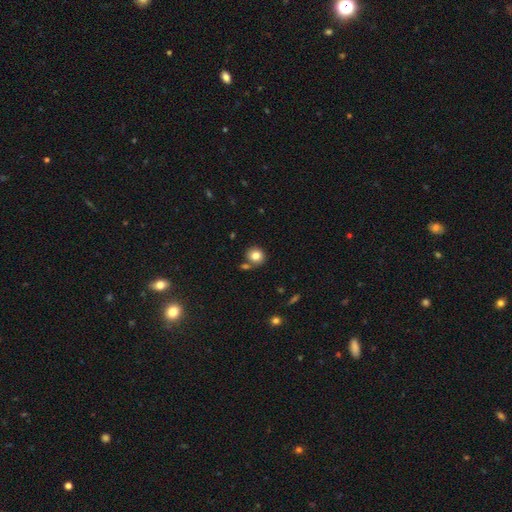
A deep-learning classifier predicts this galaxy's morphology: smooth_or_featured: smooth (p=0.81) [alt: star or artifact p=0.10]
how_rounded: round (p=0.83) [alt: in between p=0.16]
merging: none (p=0.73) [alt: merger p=0.14]